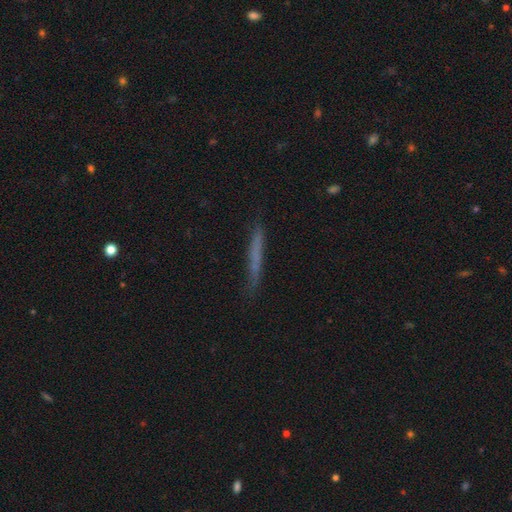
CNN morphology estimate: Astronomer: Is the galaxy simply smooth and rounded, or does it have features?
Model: smooth — 59%.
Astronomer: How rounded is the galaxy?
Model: cigar-shaped — 96%.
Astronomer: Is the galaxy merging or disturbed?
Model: none — 82%.